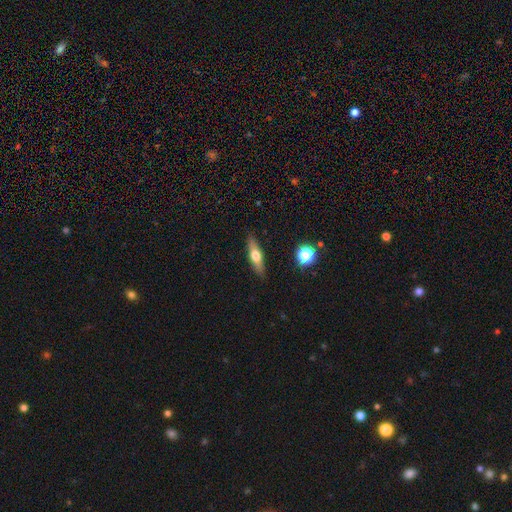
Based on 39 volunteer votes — Smooth or featured: smooth — 49% (tied with featured or disk — 49%)
How rounded: cigar-shaped — 47% (in between — 32%)
Merging: none — 89% (minor disturbance — 5%)